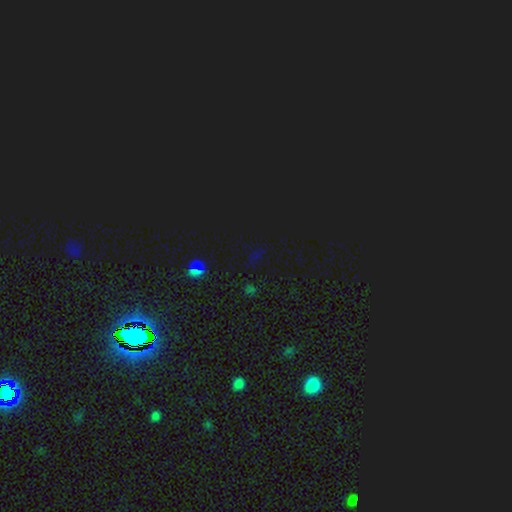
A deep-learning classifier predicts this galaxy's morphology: type=star or artifact (78%).